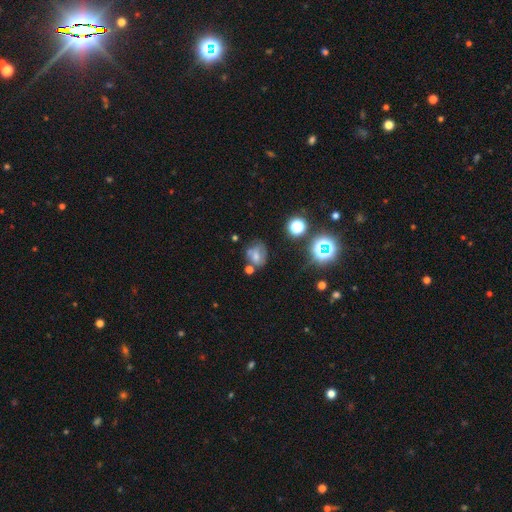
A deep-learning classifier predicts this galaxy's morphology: A smooth galaxy with no disk features (49%).

Vote fractions:
- Smooth or featured? smooth: 49% / featured or disk: 28% / star or artifact: 22%
- Merging? none: 51% / minor disturbance: 24% / merger: 13% / major disturbance: 12%